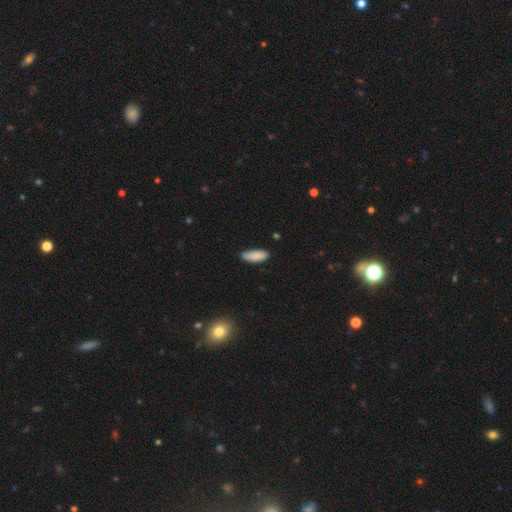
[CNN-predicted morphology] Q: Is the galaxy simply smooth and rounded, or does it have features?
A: smooth — 88%.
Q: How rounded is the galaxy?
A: in between — 75%.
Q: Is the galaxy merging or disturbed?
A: none — 82%.